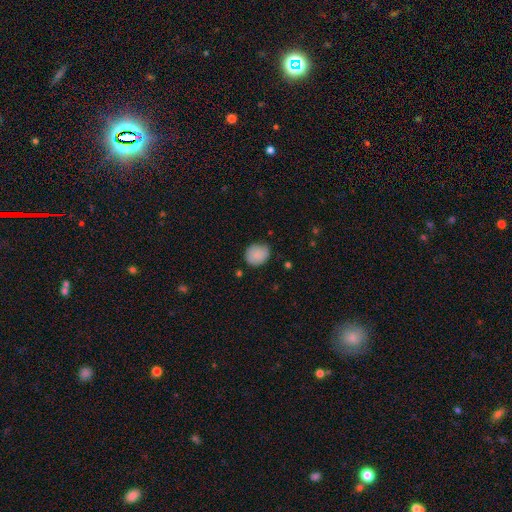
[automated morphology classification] type=smooth (86%); roundness=round (73%); merging=none (71%).